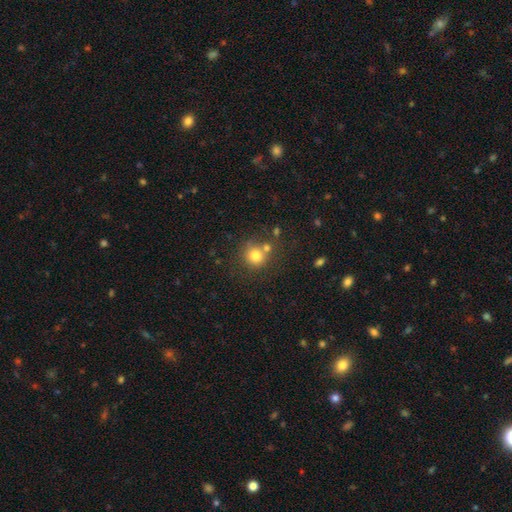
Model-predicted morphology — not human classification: smooth-or-featured: smooth: 77% | star or artifact: 14% | featured or disk: 9%
  how-rounded: round: 90% | in between: 9% | cigar-shaped: 1%
  merging: none: 64% | merger: 22% | minor disturbance: 10% | major disturbance: 4%